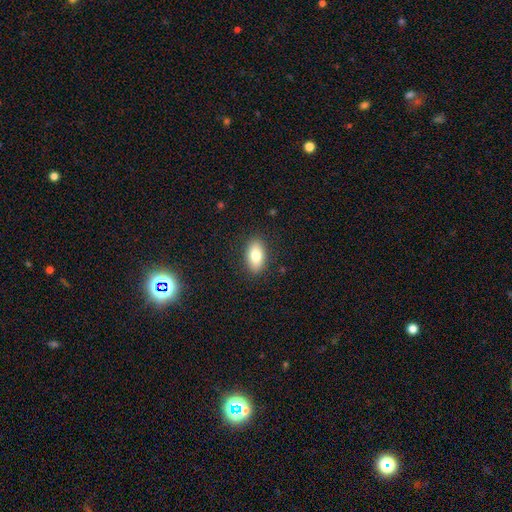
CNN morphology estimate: smooth_or_featured: smooth (p=0.79) [alt: featured or disk p=0.14]
how_rounded: in between (p=0.90) [alt: round p=0.05]
merging: none (p=0.88) [alt: minor disturbance p=0.09]